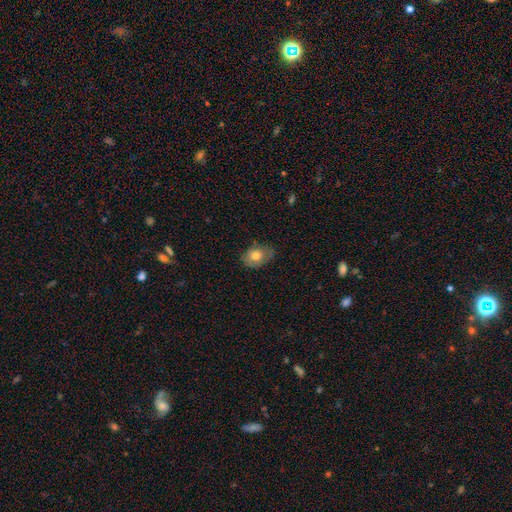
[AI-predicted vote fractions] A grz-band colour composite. It shows a smooth galaxy with no disk features (74%) that is in between round and cigar-shaped (68%). Merging: none (67%).